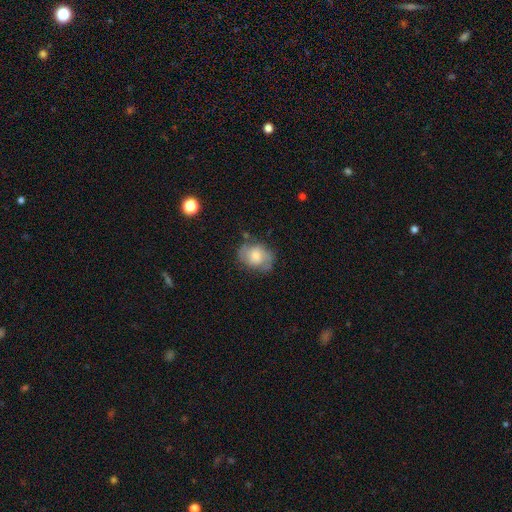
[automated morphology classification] type=featured or disk (49%); merging=none (64%).